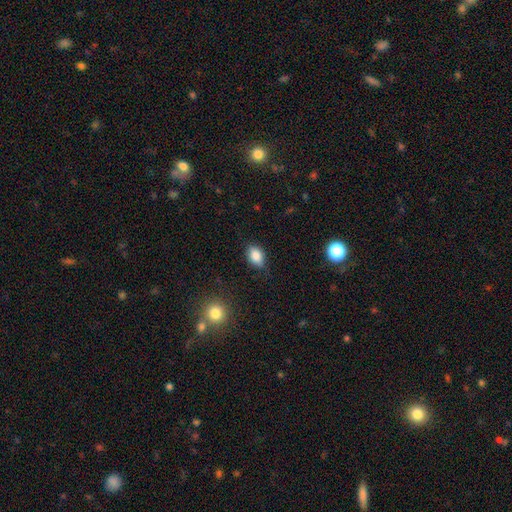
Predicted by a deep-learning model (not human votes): Overall: smooth (84%). How rounded: in between (81%). Merging: none (77%).